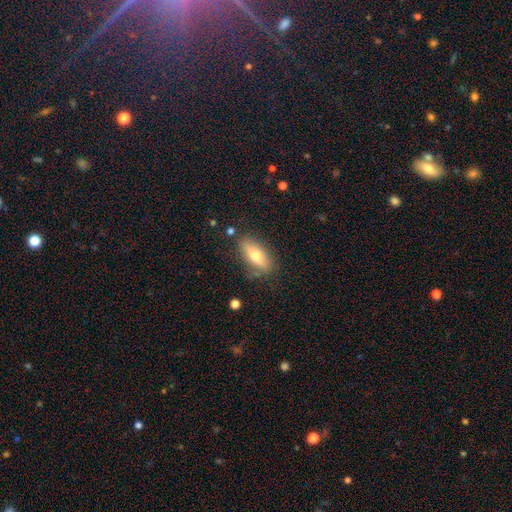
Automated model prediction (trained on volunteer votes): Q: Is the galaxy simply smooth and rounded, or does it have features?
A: smooth — 61%.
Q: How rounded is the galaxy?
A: in between — 70%.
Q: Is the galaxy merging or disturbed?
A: none — 79%.